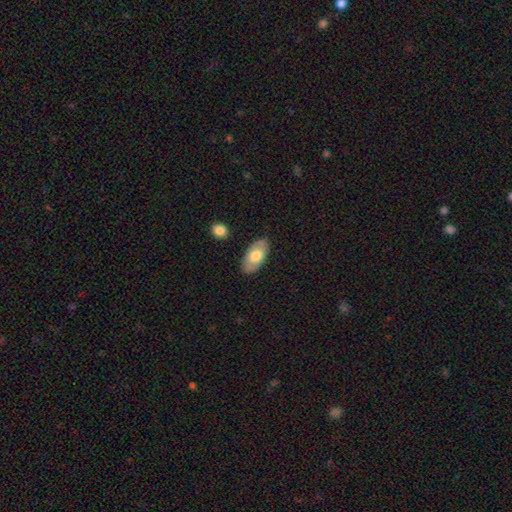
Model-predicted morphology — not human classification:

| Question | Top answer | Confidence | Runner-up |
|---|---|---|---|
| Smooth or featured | smooth | 64% | featured or disk (31%) |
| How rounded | in between | 95% | round (3%) |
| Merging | none | 85% | minor disturbance (10%) |